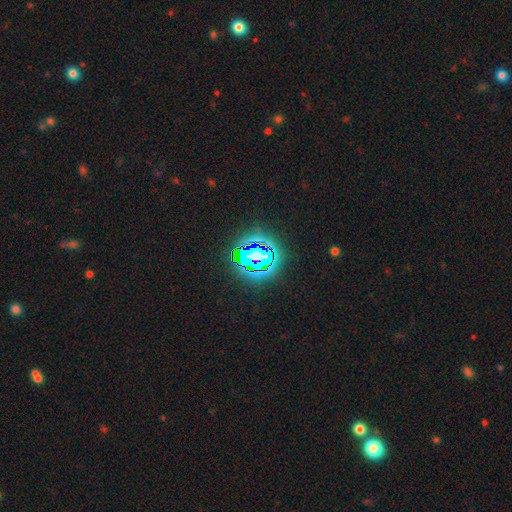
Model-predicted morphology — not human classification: Smooth or featured? Predicted: star or artifact (p=0.66).